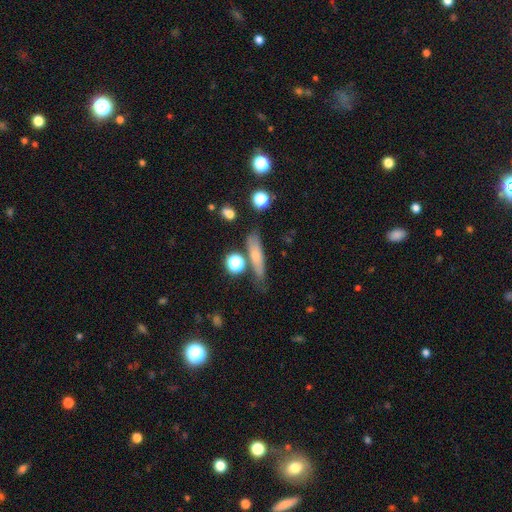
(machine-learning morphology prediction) Smooth or featured: smooth — 62% (featured or disk — 27%)
How rounded: cigar-shaped — 70% (in between — 23%)
Merging: none — 70% (minor disturbance — 17%)